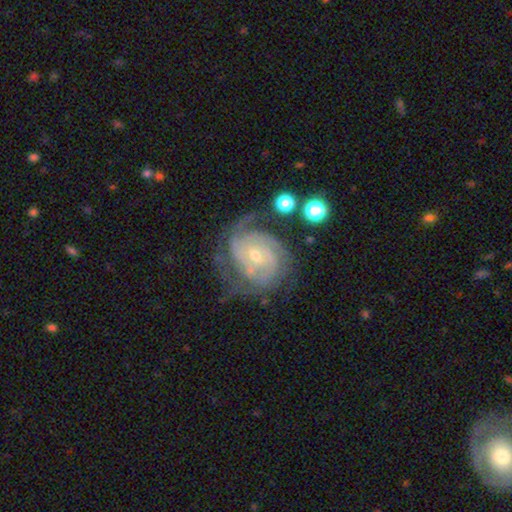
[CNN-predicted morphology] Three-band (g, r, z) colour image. It shows a featured or disk galaxy (88%) with no bar (50%), 3 (31%) tight (64%) spiral arms (97%) and a small central bulge (57%). Merging: none (58%).